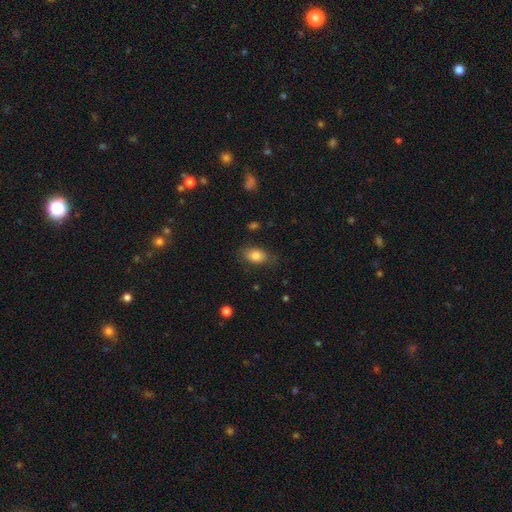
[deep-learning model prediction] Smooth or featured: smooth — 84% (featured or disk — 8%)
How rounded: in between — 86% (round — 12%)
Merging: none — 78% (minor disturbance — 16%)